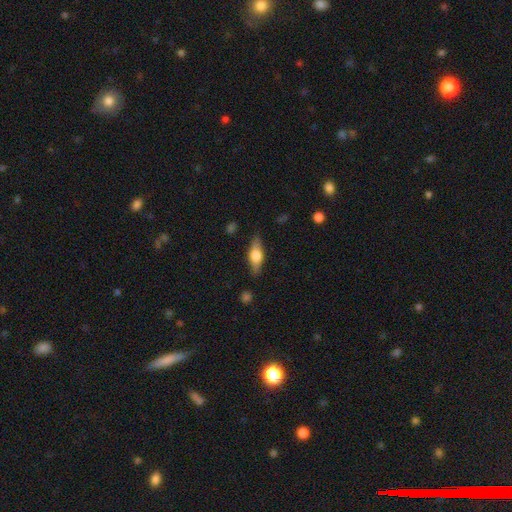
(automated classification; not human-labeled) smooth-or-featured: featured or disk: 47% | smooth: 46% | star or artifact: 6%
  merging: none: 84% | minor disturbance: 11% | major disturbance: 3% | merger: 1%